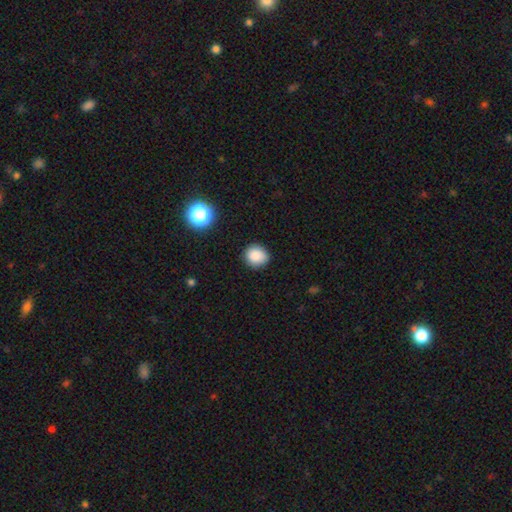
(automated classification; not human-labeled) smooth-or-featured: smooth: 86% | star or artifact: 11% | featured or disk: 4%
  how-rounded: round: 82% | in between: 17% | cigar-shaped: 1%
  merging: none: 87% | minor disturbance: 10% | major disturbance: 2% | merger: 1%